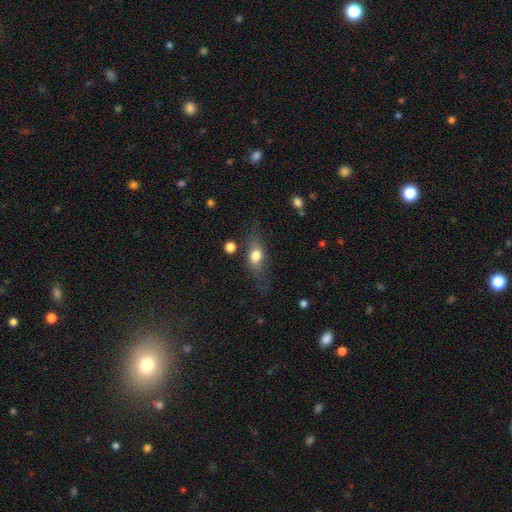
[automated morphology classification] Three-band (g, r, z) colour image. It shows a smooth galaxy with no disk features (62%) that is in between round and cigar-shaped (60%). Merging: none (64%).